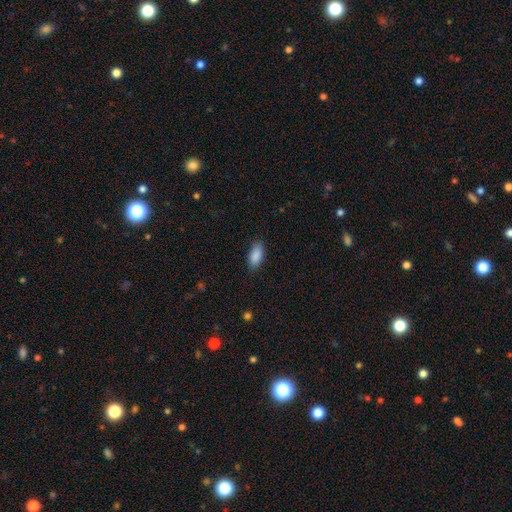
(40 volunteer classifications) Volunteers were most divided on "smooth or featured": smooth: 88%, star or artifact: 8%, featured or disk: 5%. More confident: merging — none (92%); how rounded — in between (91%).